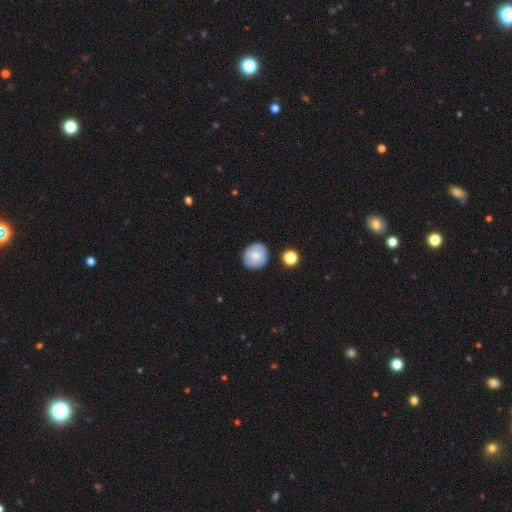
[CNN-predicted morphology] Smooth or featured? Predicted: smooth (p=0.69). How rounded? Predicted: round (p=0.88). Merging? Predicted: none (p=0.84).